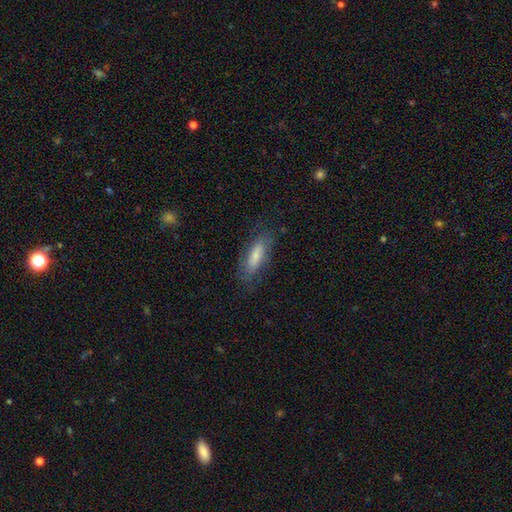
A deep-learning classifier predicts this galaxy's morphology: A smooth galaxy with no disk features (71%) that is in between round and cigar-shaped (58%).

Vote fractions:
- Smooth or featured? smooth: 71% / featured or disk: 22% / star or artifact: 6%
- How rounded? in between: 58% / cigar-shaped: 40% / round: 2%
- Merging? none: 74% / minor disturbance: 18% / major disturbance: 7% / merger: 1%